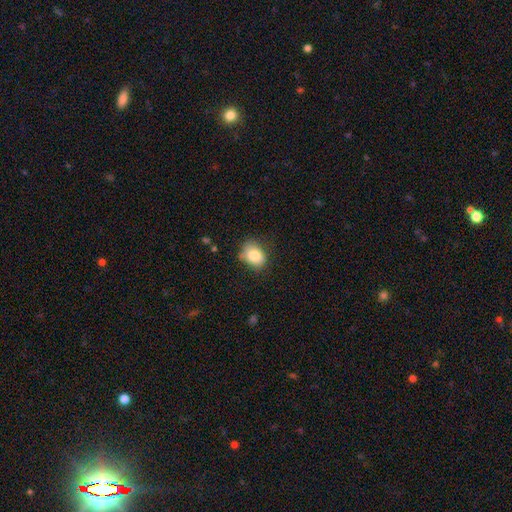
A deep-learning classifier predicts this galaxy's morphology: Smooth or featured: smooth — 83% (featured or disk — 9%)
How rounded: in between — 64% (round — 35%)
Merging: none — 61% (minor disturbance — 28%)